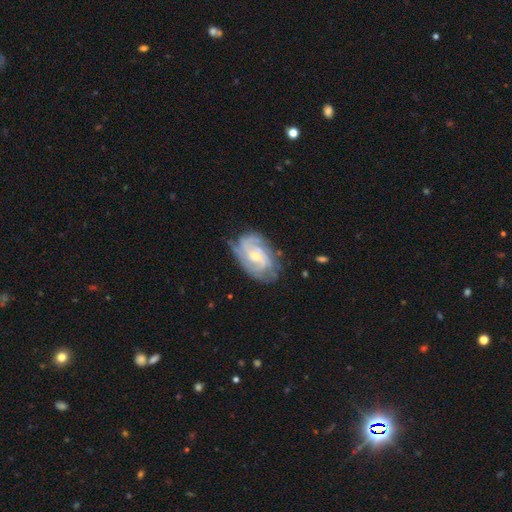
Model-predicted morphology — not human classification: Smooth or featured? featured or disk (88%)
Edge-on disk? no (97%)
Bar? no (58%)
Spiral arms? yes (97%)
Spiral winding? tight (62%)
Spiral arm count? 3 (27%)
Bulge size? small (58%)
Merging? none (72%)